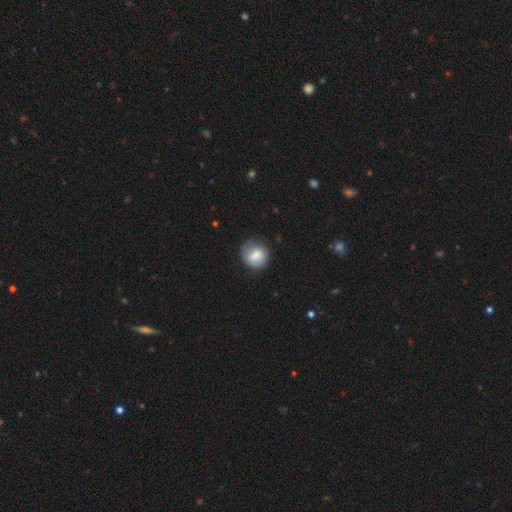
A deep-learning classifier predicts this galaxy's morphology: smooth 75%, featured or disk 18%, star or artifact 7%. Down the decision tree: how rounded — round (80%); merging — none (70%).